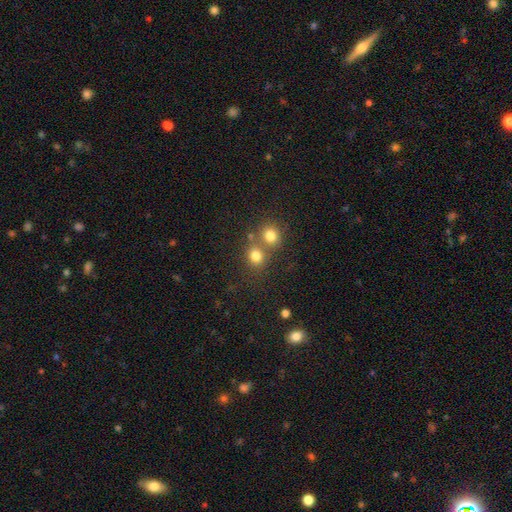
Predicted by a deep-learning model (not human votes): Q: Smooth or featured?
A: smooth (78%); runner-up: star or artifact (14%)
Q: How rounded?
A: round (79%); runner-up: in between (20%)
Q: Merging?
A: none (52%); runner-up: merger (37%)